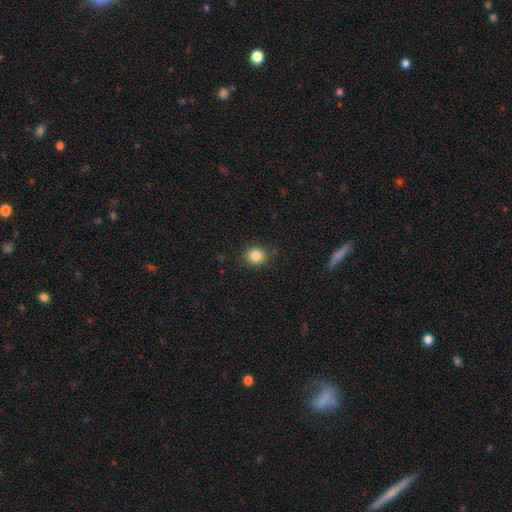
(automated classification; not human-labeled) Q: Smooth or featured?
A: smooth (84%); runner-up: star or artifact (10%)
Q: How rounded?
A: round (85%); runner-up: in between (14%)
Q: Merging?
A: none (88%); runner-up: minor disturbance (8%)